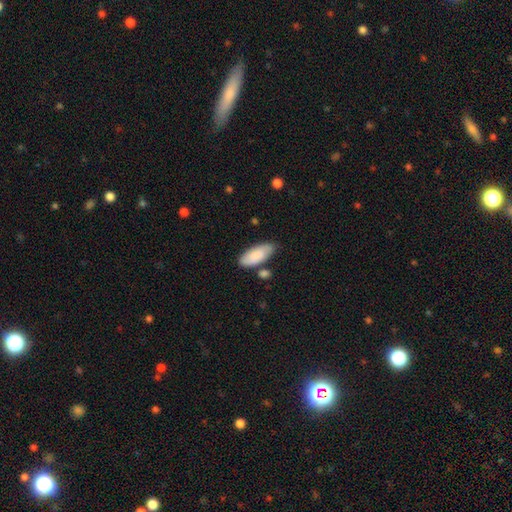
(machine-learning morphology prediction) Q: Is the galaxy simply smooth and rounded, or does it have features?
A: smooth — 85%.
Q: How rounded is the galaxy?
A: in between — 84%.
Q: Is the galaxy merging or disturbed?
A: none — 68%.